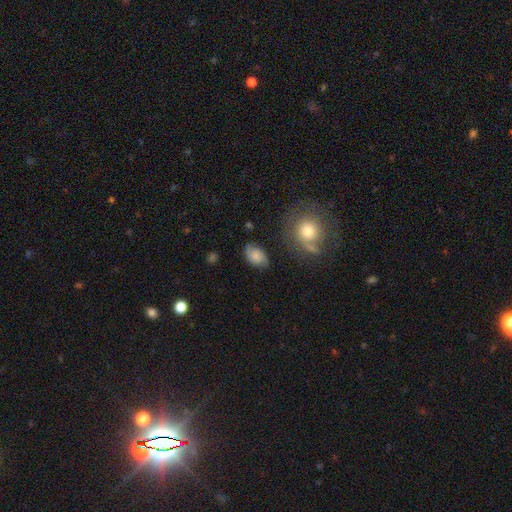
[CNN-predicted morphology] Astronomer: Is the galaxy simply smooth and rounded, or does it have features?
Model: smooth — 60%.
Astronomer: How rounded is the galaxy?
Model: in between — 84%.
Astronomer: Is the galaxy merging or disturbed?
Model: none — 71%.